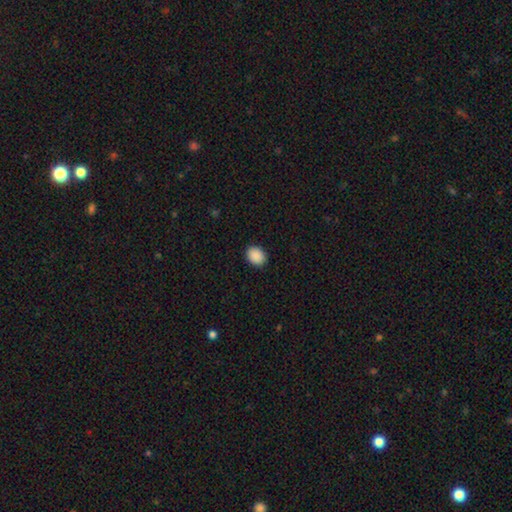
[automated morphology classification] Smooth or featured? smooth (90%)
How rounded? in between (53%)
Merging? none (90%)